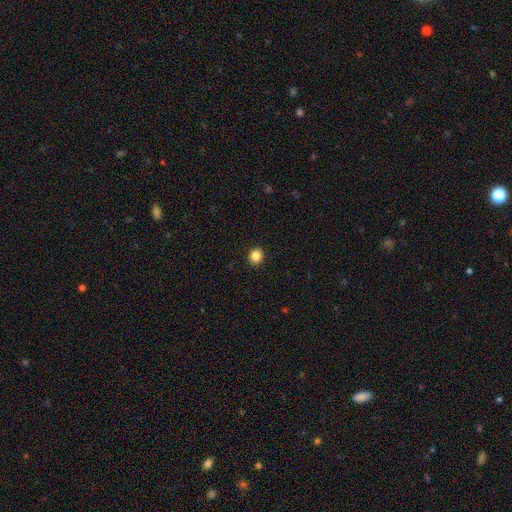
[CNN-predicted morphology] A smooth galaxy with no disk features (85%) that is round (74%).

Vote fractions:
- Smooth or featured? smooth: 85% / star or artifact: 11% / featured or disk: 5%
- How rounded? round: 74% / in between: 26% / cigar-shaped: 1%
- Merging? none: 92% / minor disturbance: 5% / major disturbance: 2% / merger: 1%